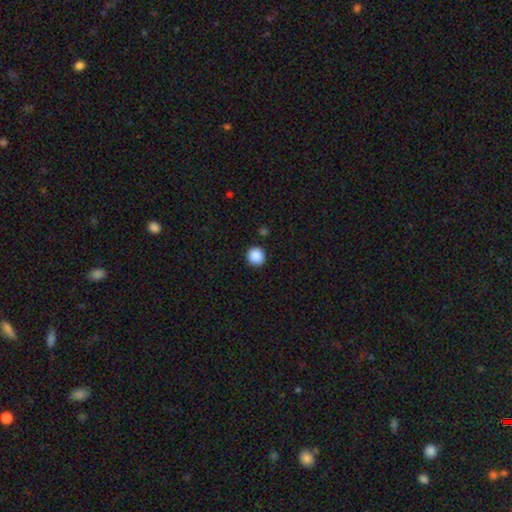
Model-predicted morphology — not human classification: Smooth or featured? Predicted: smooth (p=0.88). How rounded? Predicted: round (p=0.94). Merging? Predicted: none (p=0.91).